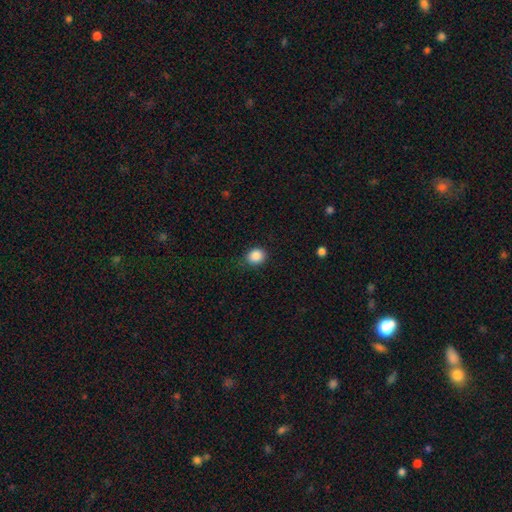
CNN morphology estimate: A smooth galaxy with no disk features (87%) that is round (70%). Merging: none (80%).